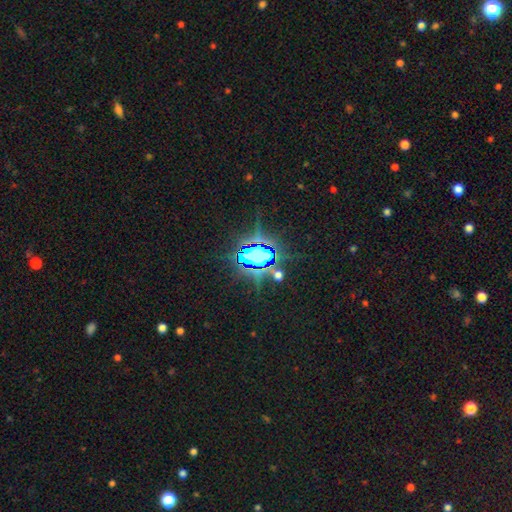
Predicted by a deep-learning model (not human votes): Smooth or featured: star or artifact — 73% (smooth — 14%)